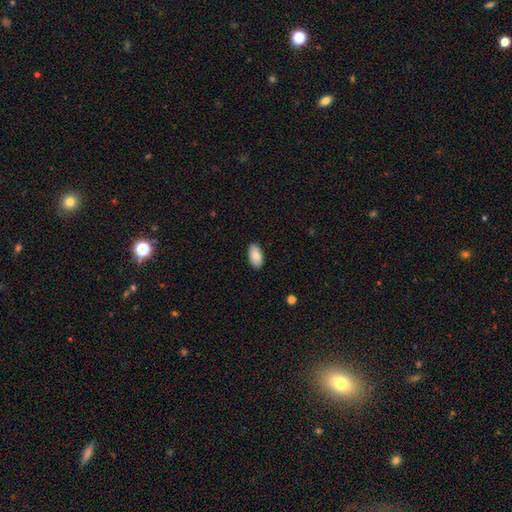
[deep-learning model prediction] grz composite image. It shows a smooth galaxy with no disk features (85%) that is in between round and cigar-shaped (95%). Merging: none (87%).